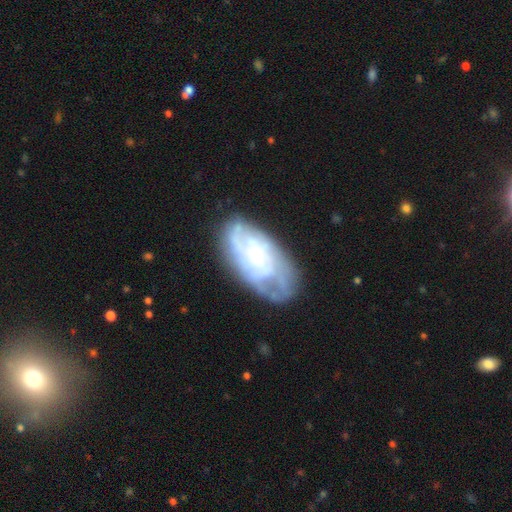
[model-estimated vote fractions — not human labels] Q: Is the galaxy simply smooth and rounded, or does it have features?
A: featured or disk — 68%.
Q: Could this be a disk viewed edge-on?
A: no — 94%.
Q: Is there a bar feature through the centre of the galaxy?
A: no — 70%.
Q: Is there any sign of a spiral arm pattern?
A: yes — 77%.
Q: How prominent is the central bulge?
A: small — 64%.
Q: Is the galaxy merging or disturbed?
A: none — 65%.